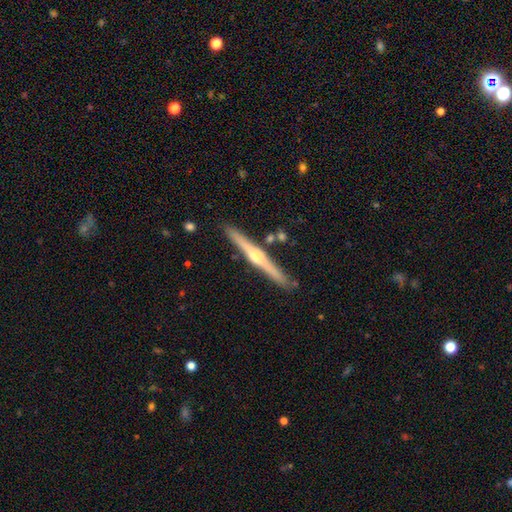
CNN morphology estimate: smooth_or_featured: featured or disk (p=0.77) [alt: smooth p=0.18]
disk_edge_on: yes (p=0.98) [alt: no p=0.02]
edge_on_bulge: rounded (p=0.88) [alt: none p=0.08]
merging: none (p=0.89) [alt: minor disturbance p=0.07]